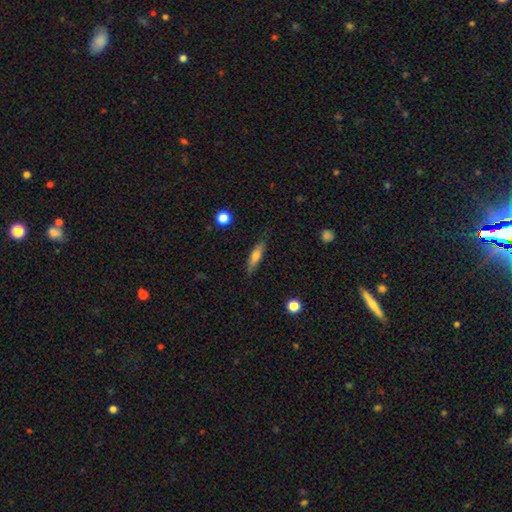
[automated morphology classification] The model was most divided on "smooth or featured": smooth: 63%, featured or disk: 30%, star or artifact: 7%. More confident: merging — none (84%); how rounded — cigar-shaped (69%).